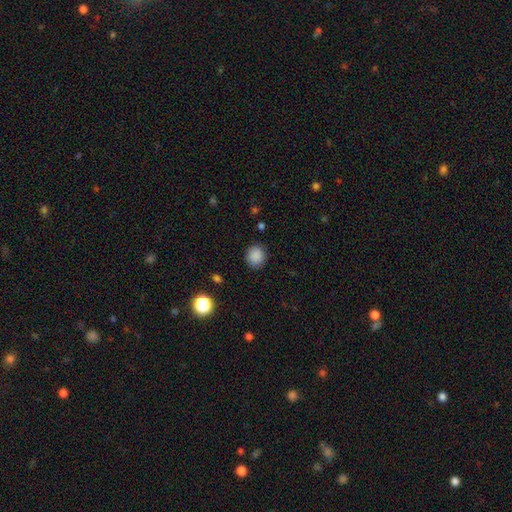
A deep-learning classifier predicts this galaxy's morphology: This is clearly a smooth galaxy (87%). How rounded: clearly round (82%). Merging: clearly none (88%).